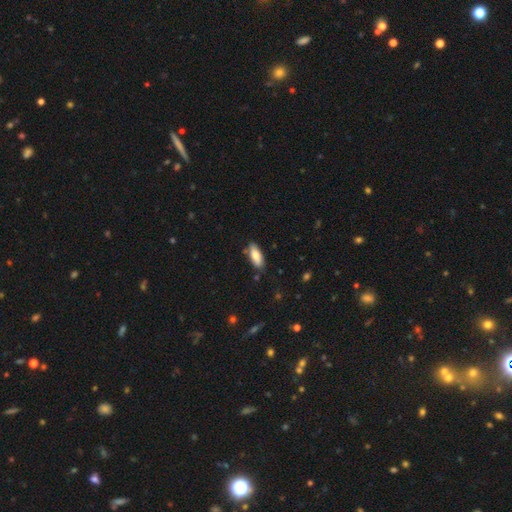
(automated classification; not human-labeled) Smooth or featured? smooth (83%)
How rounded? in between (78%)
Merging? none (80%)